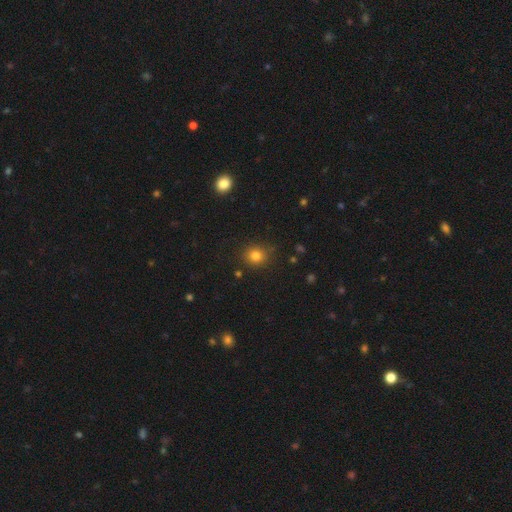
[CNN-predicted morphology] Overall: smooth (81%). How rounded: round (85%). Merging: none (87%).